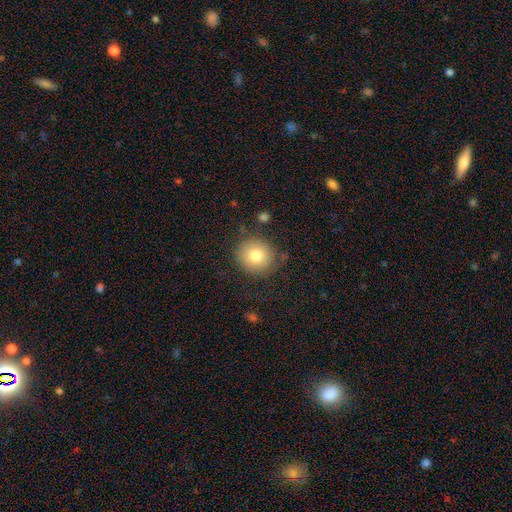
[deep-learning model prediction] Morphology: type=smooth (78%); roundness=round (91%); merging=none (80%).